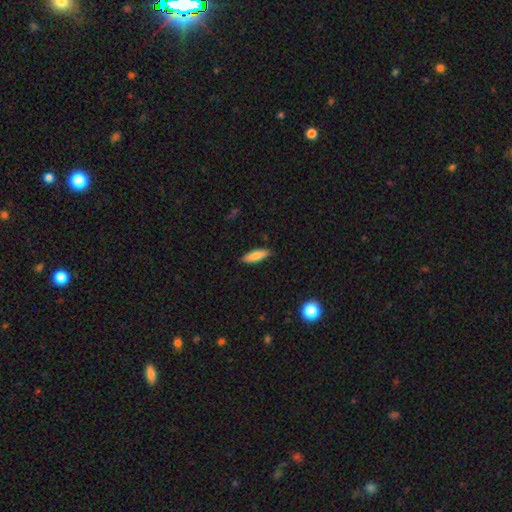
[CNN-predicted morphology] Smooth or featured? smooth (81%)
How rounded? cigar-shaped (50%)
Merging? none (85%)